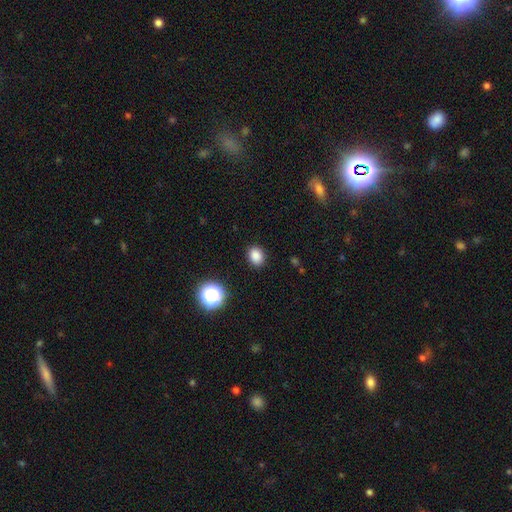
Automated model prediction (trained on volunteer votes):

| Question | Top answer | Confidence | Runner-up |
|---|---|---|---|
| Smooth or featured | smooth | 84% | star or artifact (12%) |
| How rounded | in between | 51% | round (48%) |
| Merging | none | 88% | minor disturbance (8%) |